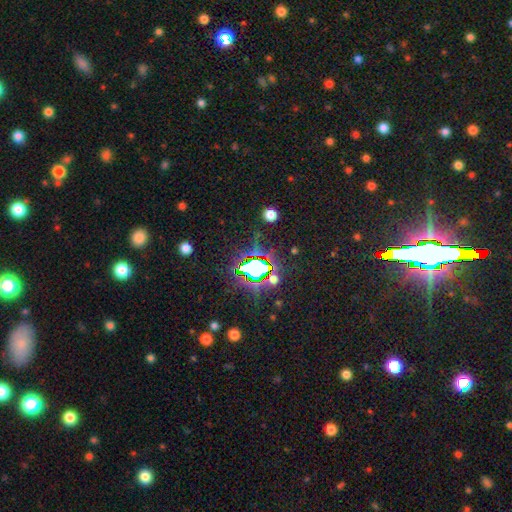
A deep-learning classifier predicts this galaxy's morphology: Smooth or featured?
  - star or artifact: 73% *
  - smooth: 17%
  - featured or disk: 10%